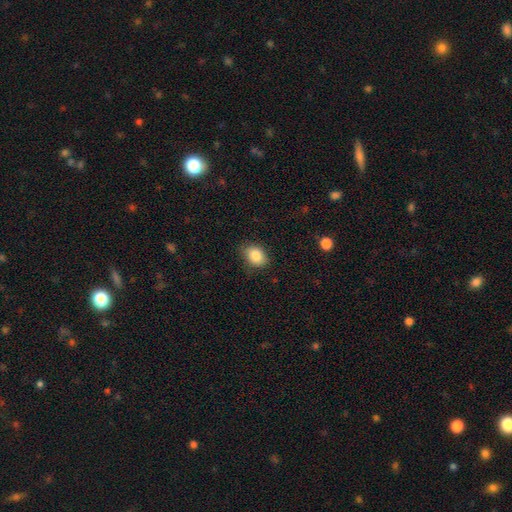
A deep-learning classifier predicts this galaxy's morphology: Smooth or featured: smooth — 85% (star or artifact — 8%)
How rounded: in between — 70% (round — 29%)
Merging: none — 79% (minor disturbance — 16%)